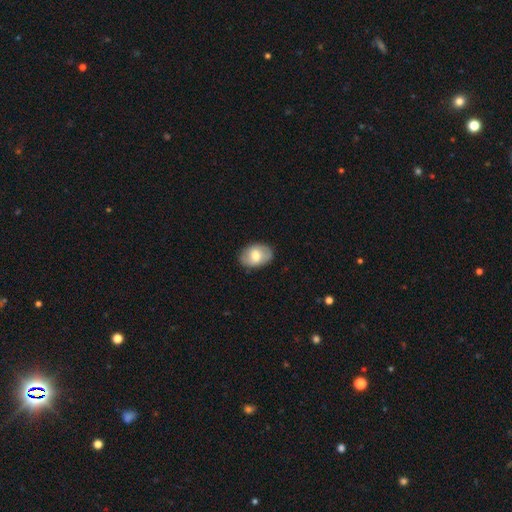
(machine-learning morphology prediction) smooth-or-featured: smooth: 63% | featured or disk: 30% | star or artifact: 7%
  how-rounded: in between: 81% | round: 18% | cigar-shaped: 1%
  merging: none: 83% | minor disturbance: 13% | major disturbance: 3% | merger: 1%